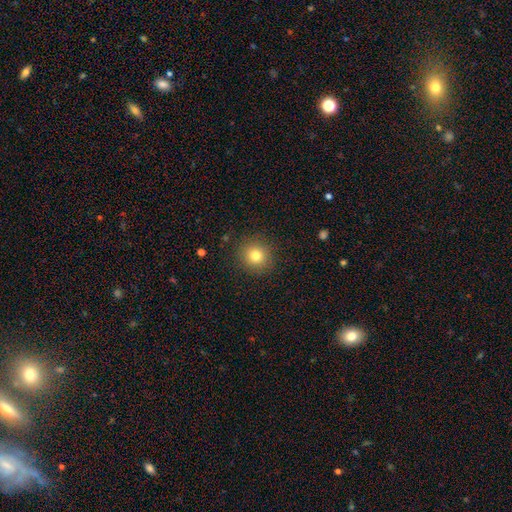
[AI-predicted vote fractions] smooth-or-featured: smooth: 79% | star or artifact: 12% | featured or disk: 8%
  how-rounded: round: 91% | in between: 8% | cigar-shaped: 1%
  merging: none: 89% | minor disturbance: 7% | major disturbance: 3% | merger: 1%